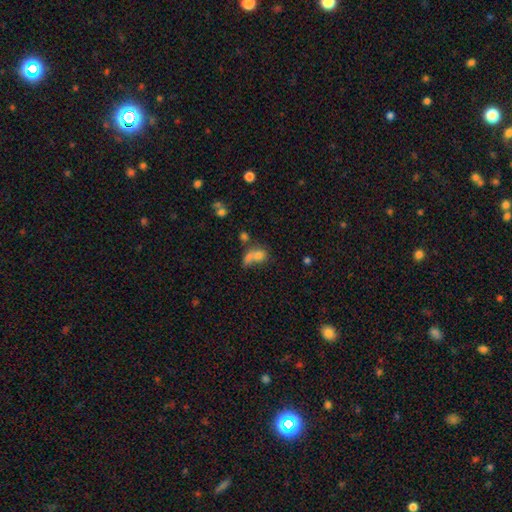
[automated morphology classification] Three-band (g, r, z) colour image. It shows a smooth galaxy with no disk features (69%) that is in between round and cigar-shaped (57%). Merging: merger (52%).